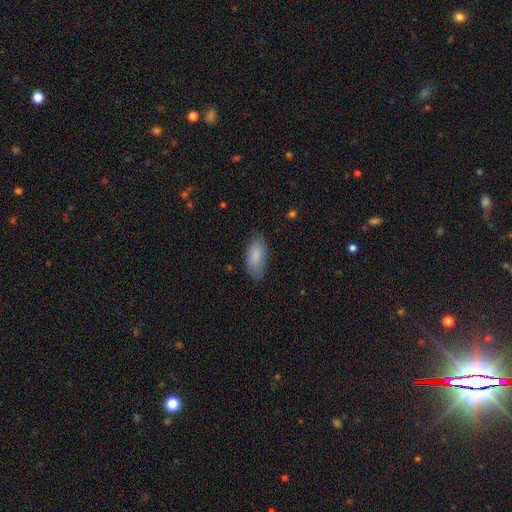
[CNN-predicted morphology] This appears to be a smooth galaxy with no disk features (86%) that is in between round and cigar-shaped (90%). Merging: none (80%).